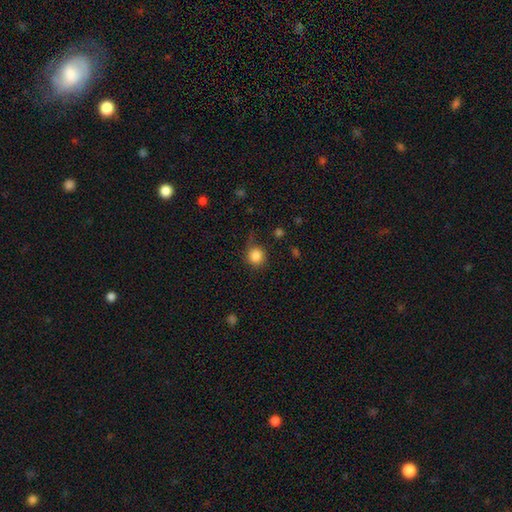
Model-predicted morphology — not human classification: Smooth or featured? Predicted: smooth (p=0.84). How rounded? Predicted: round (p=0.88). Merging? Predicted: none (p=0.68).